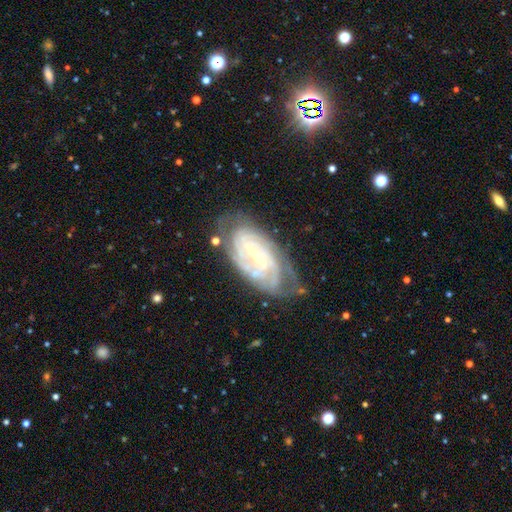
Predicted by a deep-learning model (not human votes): Smooth or featured: featured or disk — 85% (smooth — 9%)
Edge-on disk: no — 95% (yes — 5%)
Bar: weak — 45% (no — 29%)
Spiral arms: yes — 95% (no — 5%)
Spiral winding: tight — 71% (medium — 24%)
Spiral arm count: can't tell — 35% (2 — 25%)
Bulge size: small — 74% (moderate — 21%)
Merging: none — 63% (minor disturbance — 25%)